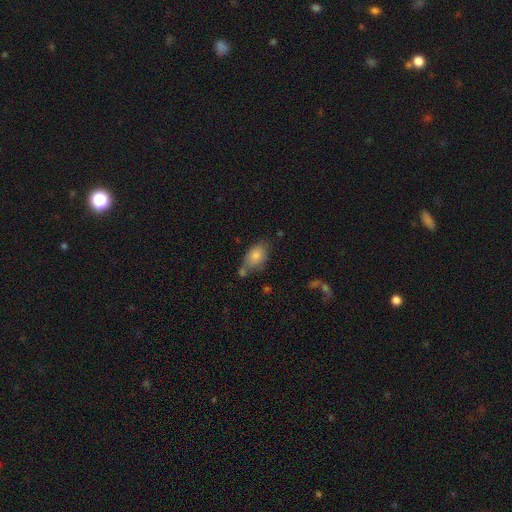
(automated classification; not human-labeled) This appears to be a smooth galaxy with no disk features (81%) that is in between round and cigar-shaped (85%). Merging: none (53%).